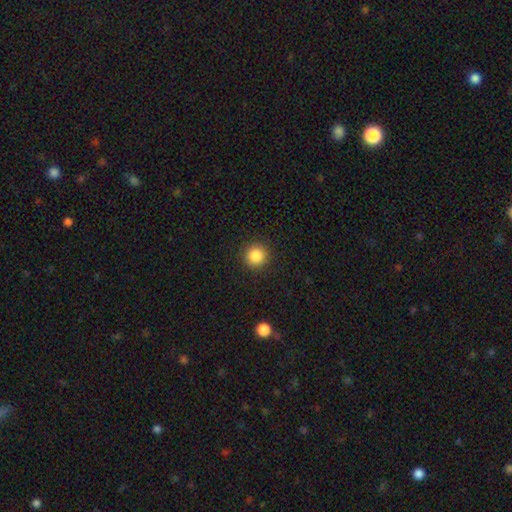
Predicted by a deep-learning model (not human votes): Q: Smooth or featured?
A: smooth (86%); runner-up: star or artifact (10%)
Q: How rounded?
A: round (95%); runner-up: in between (4%)
Q: Merging?
A: none (92%); runner-up: minor disturbance (5%)